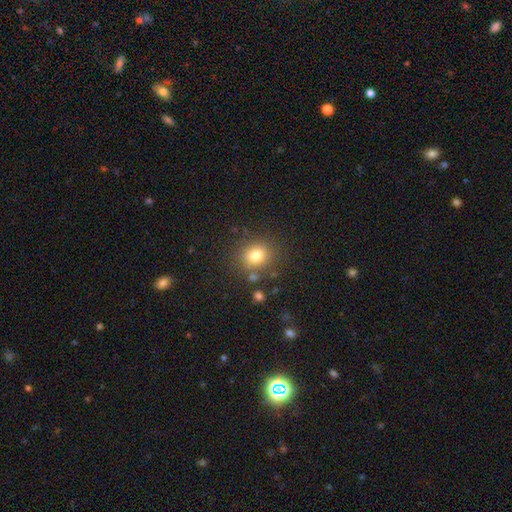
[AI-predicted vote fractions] Smooth or featured?
  - smooth: 79% *
  - star or artifact: 13%
  - featured or disk: 8%
How rounded?
  - round: 75% *
  - in between: 24%
  - cigar-shaped: 1%
Merging?
  - none: 80% *
  - minor disturbance: 10%
  - merger: 6%
  - major disturbance: 4%